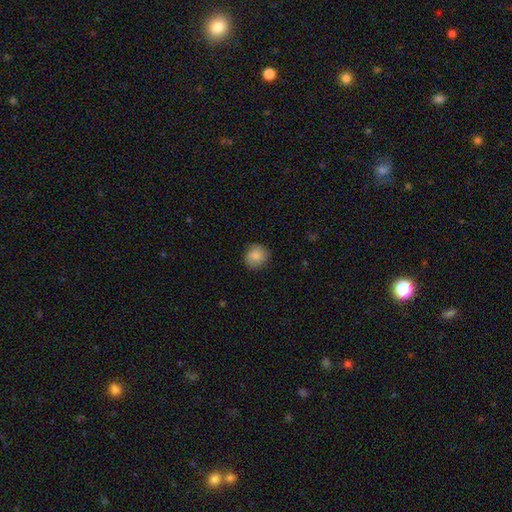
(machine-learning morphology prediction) Smooth or featured: smooth — 85% (star or artifact — 8%)
How rounded: round — 86% (in between — 13%)
Merging: none — 83% (minor disturbance — 13%)